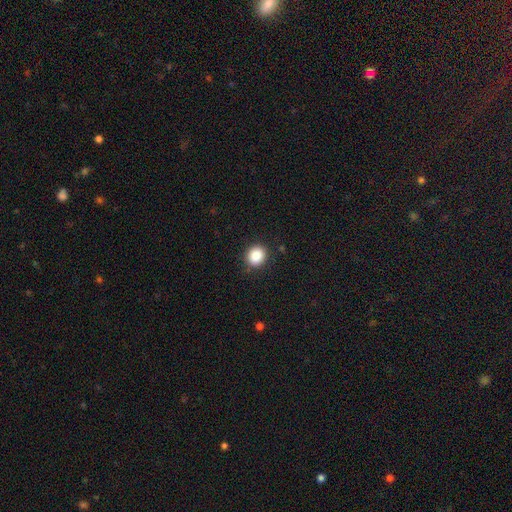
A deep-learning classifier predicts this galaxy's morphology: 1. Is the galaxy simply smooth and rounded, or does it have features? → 88% smooth, 9% star or artifact, 3% featured or disk.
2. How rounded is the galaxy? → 82% round, 17% in between, 1% cigar-shaped.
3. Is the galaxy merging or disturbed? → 88% none, 9% minor disturbance, 3% major disturbance, 1% merger.